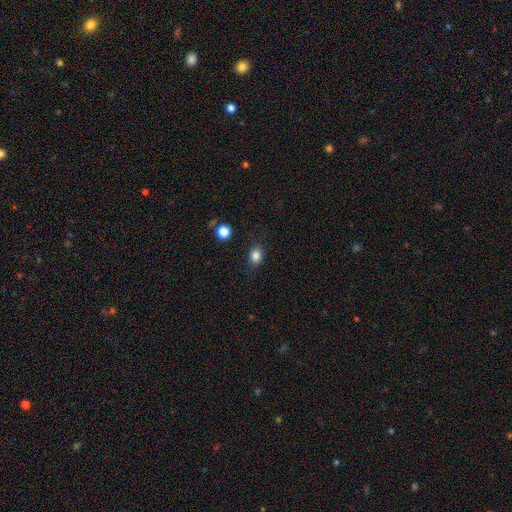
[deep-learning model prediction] Smooth or featured? smooth (84%)
How rounded? in between (54%)
Merging? none (83%)